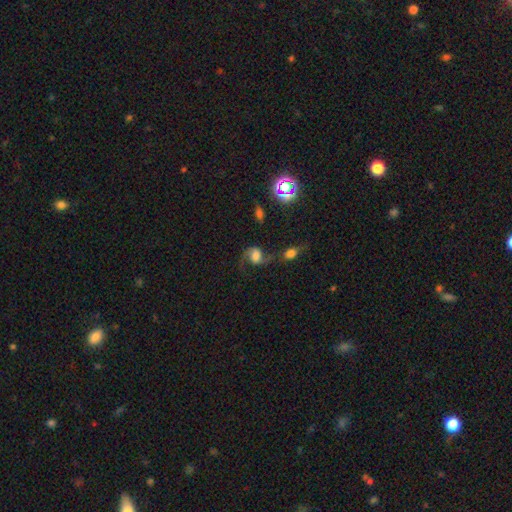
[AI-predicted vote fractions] A featured or disk galaxy (63%) with no bar (51%), 2 (82%) loose (67%) spiral arms (92%) and a large central bulge (40%). Merging: none (44%).